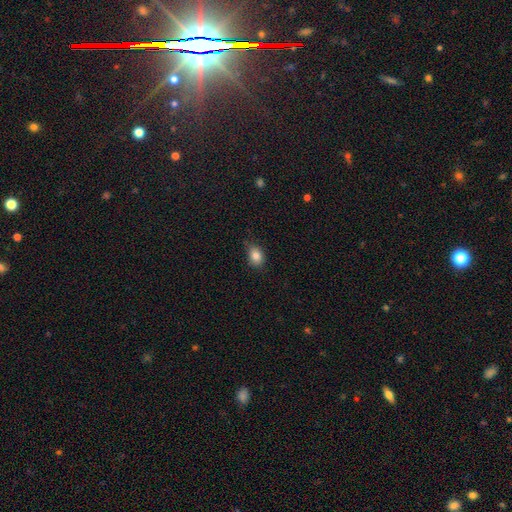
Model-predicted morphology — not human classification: smooth-or-featured: smooth: 84% | star or artifact: 10% | featured or disk: 6%
  how-rounded: in between: 64% | round: 35% | cigar-shaped: 1%
  merging: none: 75% | minor disturbance: 20% | major disturbance: 3% | merger: 1%